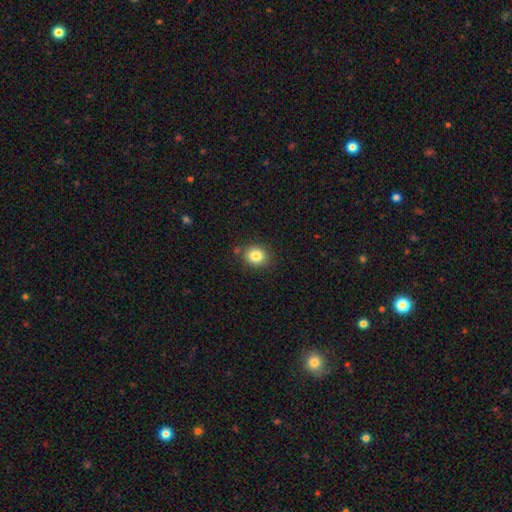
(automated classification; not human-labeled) Smooth or featured? smooth (83%)
How rounded? round (73%)
Merging? none (83%)